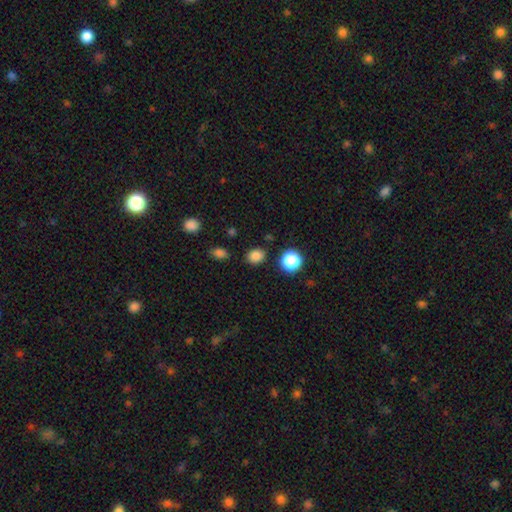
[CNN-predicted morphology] The model was most divided on "how rounded": round: 57%, in between: 42%, cigar-shaped: 1%. More confident: merging — none (85%); smooth or featured — smooth (83%).